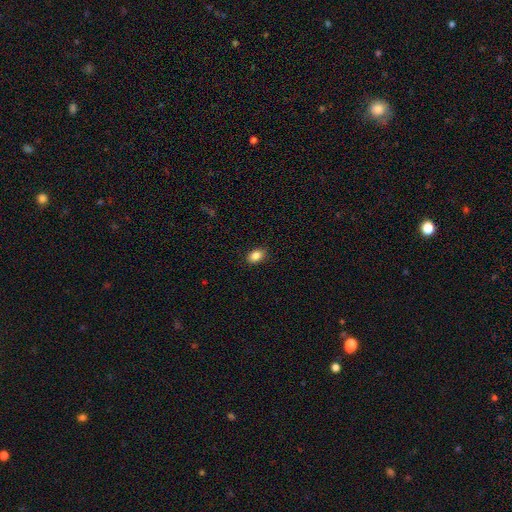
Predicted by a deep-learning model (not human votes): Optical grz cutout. It shows a smooth galaxy with no disk features (87%) that is in between round and cigar-shaped (82%). Merging: none (88%).